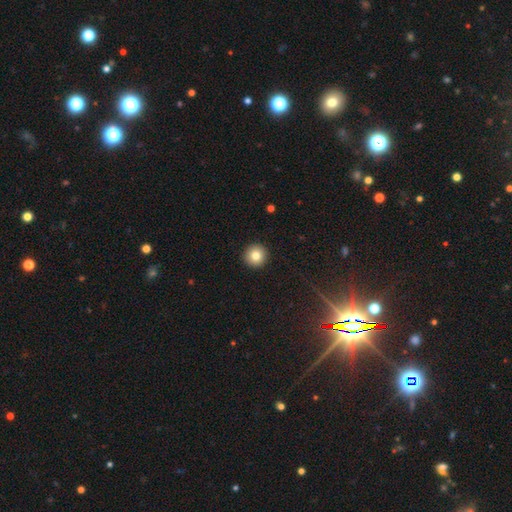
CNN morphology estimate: smooth_or_featured: smooth (p=0.81) [alt: star or artifact p=0.10]
how_rounded: round (p=0.96) [alt: in between p=0.03]
merging: none (p=0.93) [alt: minor disturbance p=0.04]